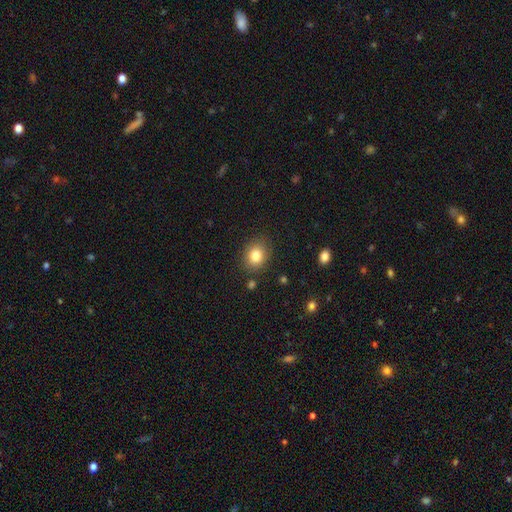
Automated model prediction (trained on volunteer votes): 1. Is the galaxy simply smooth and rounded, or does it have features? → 82% smooth, 10% star or artifact, 8% featured or disk.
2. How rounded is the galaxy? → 62% round, 37% in between, 1% cigar-shaped.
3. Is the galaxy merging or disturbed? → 84% none, 11% minor disturbance, 3% major disturbance, 2% merger.